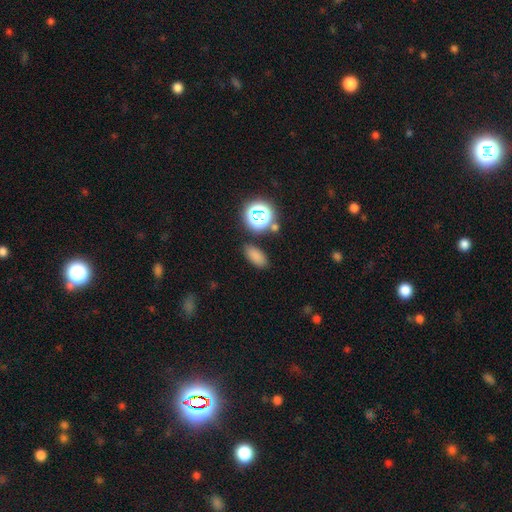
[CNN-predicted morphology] Overall: smooth (77%). How rounded: in between (87%). Merging: none (83%).